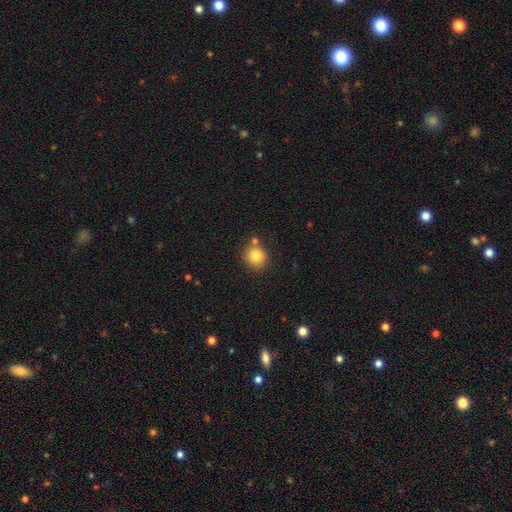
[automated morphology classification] Smooth or featured: smooth — 83% (star or artifact — 10%)
How rounded: round — 87% (in between — 12%)
Merging: none — 74% (merger — 13%)